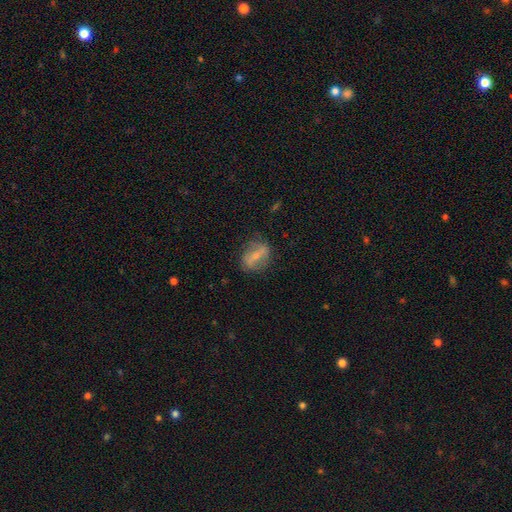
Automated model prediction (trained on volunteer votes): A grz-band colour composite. It shows a featured or disk galaxy (57%) with a strong bar (52%), spiral arms (60%) and a small central bulge (50%). Merging: none (73%).